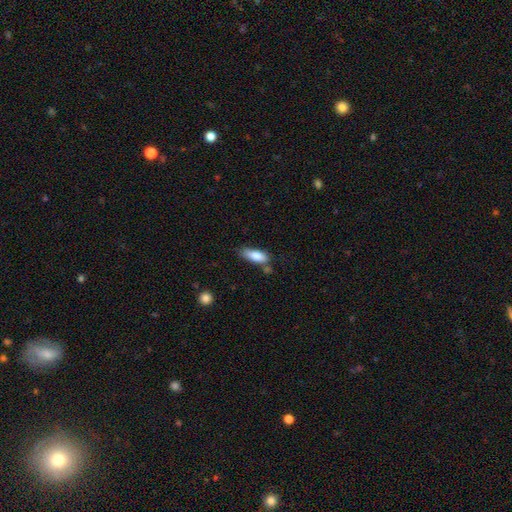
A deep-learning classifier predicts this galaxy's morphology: Q: Smooth or featured?
A: smooth (79%); runner-up: featured or disk (14%)
Q: How rounded?
A: in between (69%); runner-up: cigar-shaped (29%)
Q: Merging?
A: none (56%); runner-up: minor disturbance (28%)